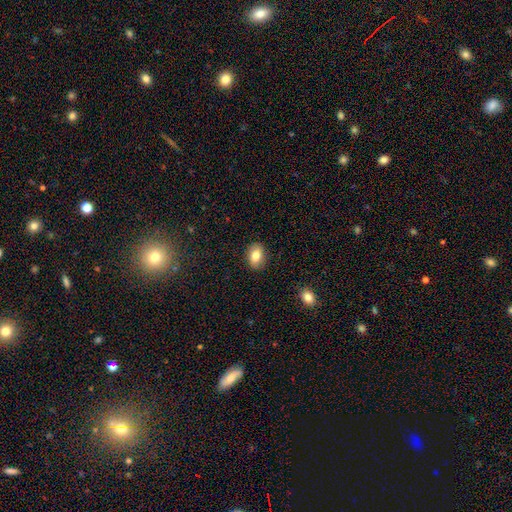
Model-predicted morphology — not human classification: A smooth galaxy with no disk features (81%) that is in between round and cigar-shaped (78%). Merging: none (89%).